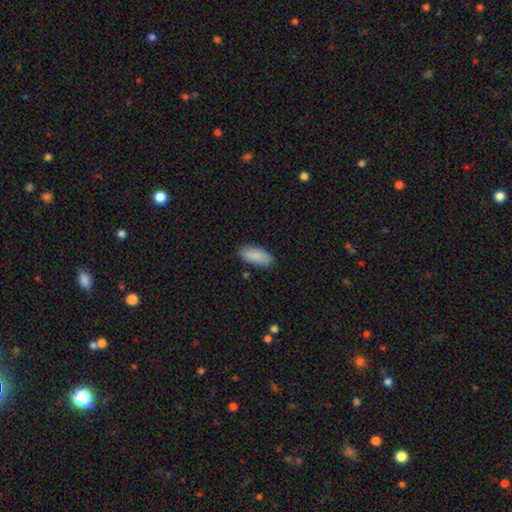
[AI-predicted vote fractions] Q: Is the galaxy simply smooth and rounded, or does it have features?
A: smooth — 89%.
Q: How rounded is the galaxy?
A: in between — 84%.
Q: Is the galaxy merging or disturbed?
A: none — 85%.